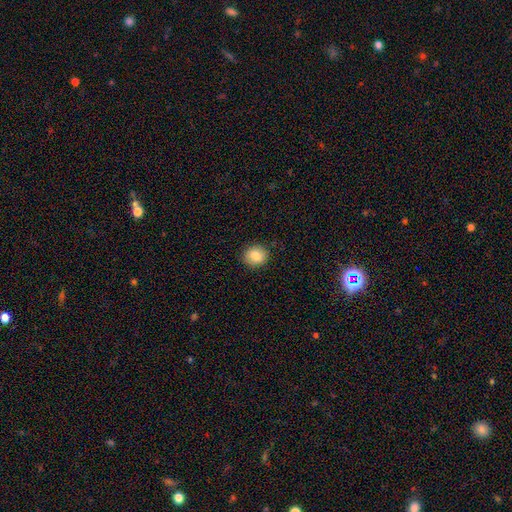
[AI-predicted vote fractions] Smooth or featured? Predicted: smooth (p=0.83). How rounded? Predicted: round (p=0.77). Merging? Predicted: none (p=0.89).